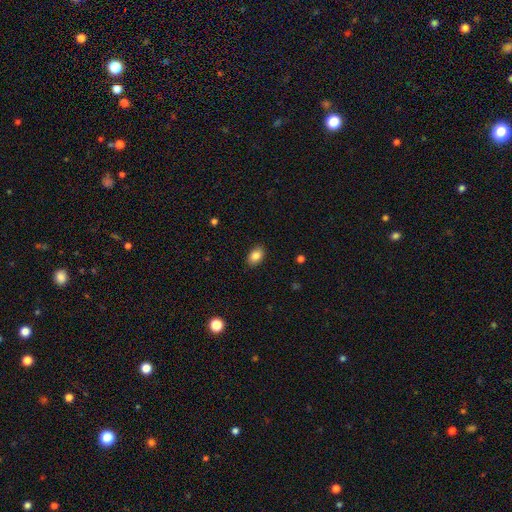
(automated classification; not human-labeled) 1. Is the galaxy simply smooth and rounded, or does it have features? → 86% smooth, 8% star or artifact, 6% featured or disk.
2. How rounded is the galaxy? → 87% in between, 11% round, 1% cigar-shaped.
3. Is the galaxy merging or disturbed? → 88% none, 9% minor disturbance, 2% major disturbance, 1% merger.